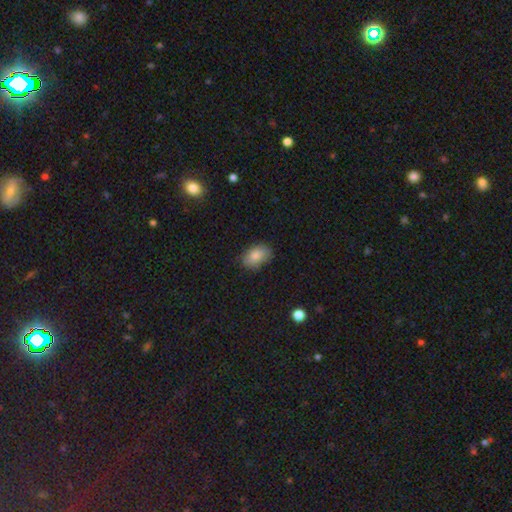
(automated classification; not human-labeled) Smooth or featured? smooth (83%)
How rounded? in between (87%)
Merging? none (80%)